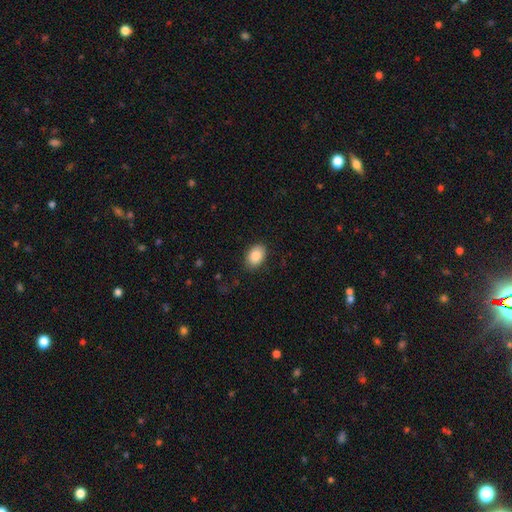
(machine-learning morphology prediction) smooth_or_featured: smooth (p=0.89) [alt: star or artifact p=0.07]
how_rounded: in between (p=0.86) [alt: round p=0.13]
merging: none (p=0.85) [alt: minor disturbance p=0.11]